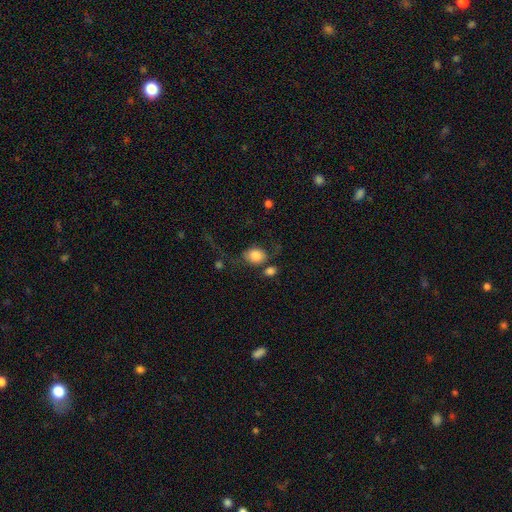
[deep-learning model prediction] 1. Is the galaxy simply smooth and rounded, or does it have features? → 79% smooth, 13% featured or disk, 8% star or artifact.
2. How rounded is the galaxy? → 55% in between, 44% round, 1% cigar-shaped.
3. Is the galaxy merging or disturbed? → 47% none, 19% merger, 17% major disturbance, 16% minor disturbance.